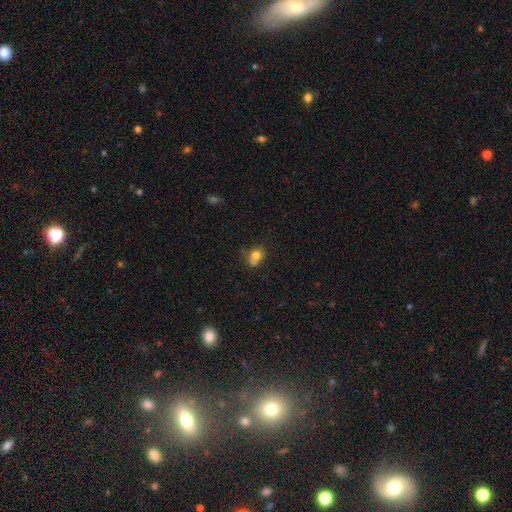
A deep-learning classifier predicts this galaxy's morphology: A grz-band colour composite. It shows a smooth galaxy with no disk features (75%) that is round (69%). Merging: none (44%).